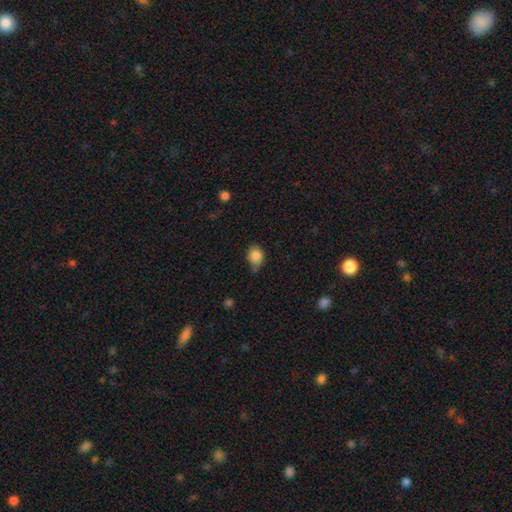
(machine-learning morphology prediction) Q: Smooth or featured?
A: smooth (85%); runner-up: star or artifact (9%)
Q: How rounded?
A: round (56%); runner-up: in between (43%)
Q: Merging?
A: none (60%); runner-up: minor disturbance (29%)